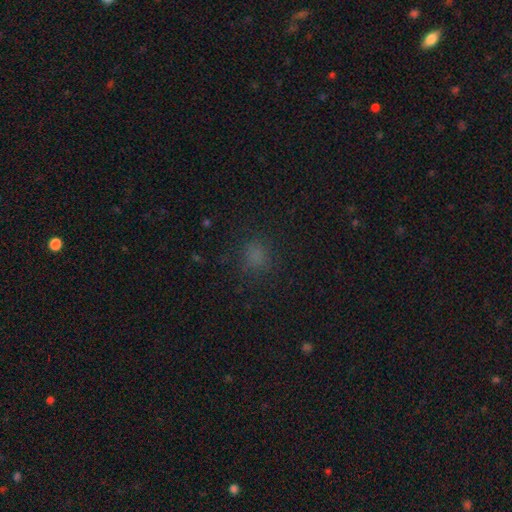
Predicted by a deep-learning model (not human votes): Smooth or featured? smooth (73%)
How rounded? round (78%)
Merging? none (83%)